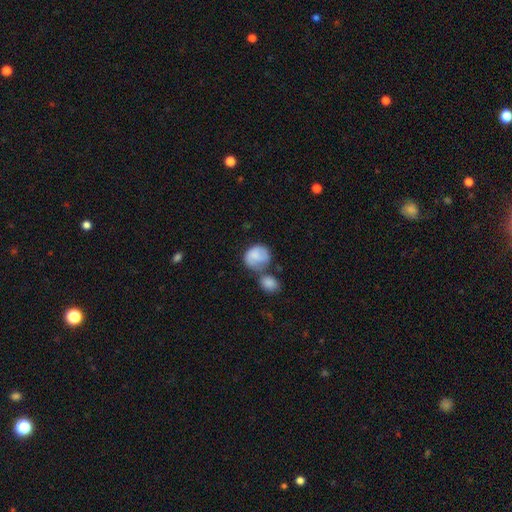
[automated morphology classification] Overall: smooth (75%). How rounded: round (63%; in between 36%). Merging: merger (40%; none 29%).